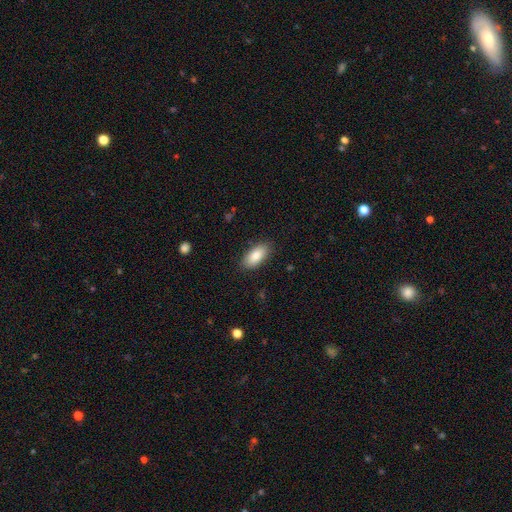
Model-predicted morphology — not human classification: Q: Smooth or featured?
A: smooth (87%); runner-up: featured or disk (7%)
Q: How rounded?
A: in between (91%); runner-up: cigar-shaped (6%)
Q: Merging?
A: none (86%); runner-up: minor disturbance (10%)